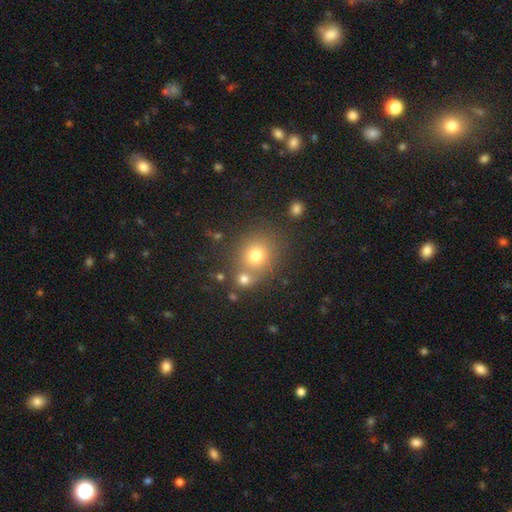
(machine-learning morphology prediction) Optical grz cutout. It shows a smooth galaxy with no disk features (73%) that is round (78%). Merging: none (61%).